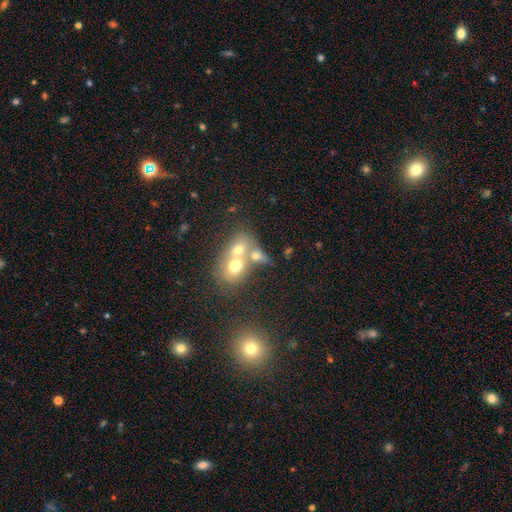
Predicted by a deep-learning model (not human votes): This appears to be a smooth galaxy with no disk features (60%) that is in between round and cigar-shaped (52%). Merging: merger (64%).